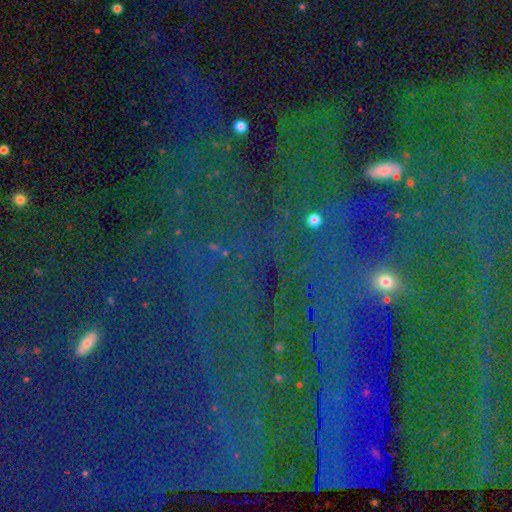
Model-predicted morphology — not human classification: star or artifact 82%, smooth 10%, featured or disk 8%.